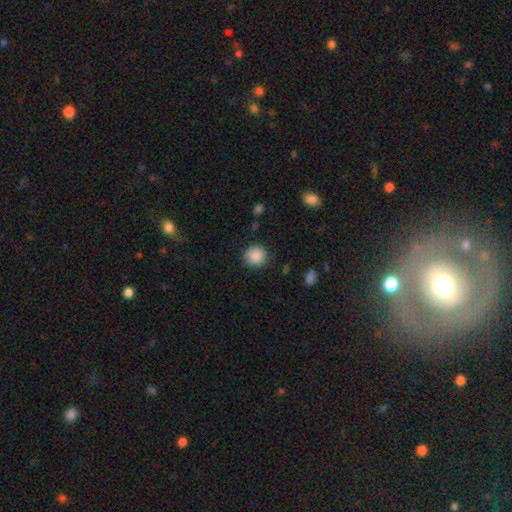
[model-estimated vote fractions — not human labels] smooth-or-featured: smooth: 88% | star or artifact: 9% | featured or disk: 3%
  how-rounded: round: 90% | in between: 9% | cigar-shaped: 1%
  merging: none: 86% | minor disturbance: 10% | major disturbance: 3% | merger: 1%